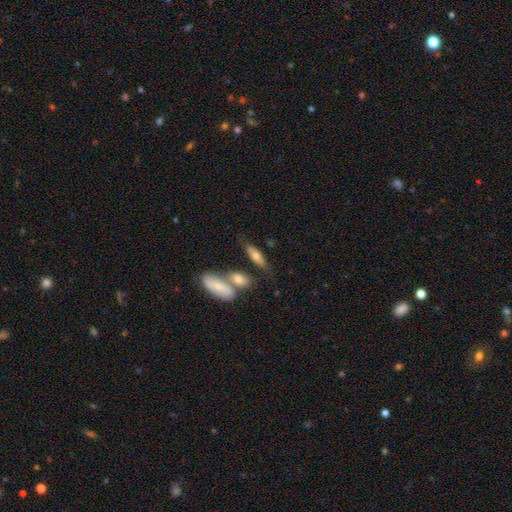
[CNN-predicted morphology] Smooth or featured? Predicted: smooth (p=0.65). How rounded? Predicted: in between (p=0.56). Merging? Predicted: none (p=0.54).